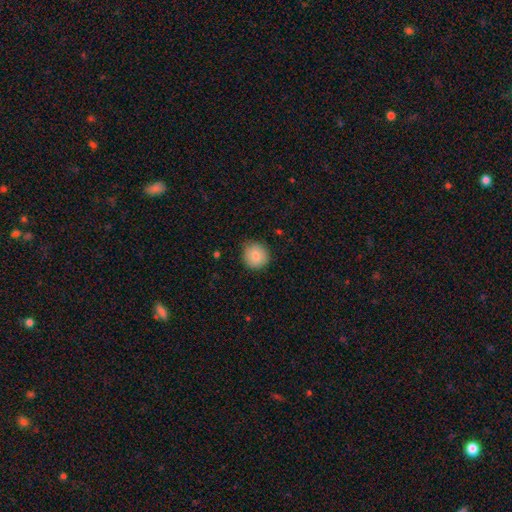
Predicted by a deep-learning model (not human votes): Smooth or featured? Predicted: smooth (p=0.85). How rounded? Predicted: round (p=0.91). Merging? Predicted: none (p=0.84).